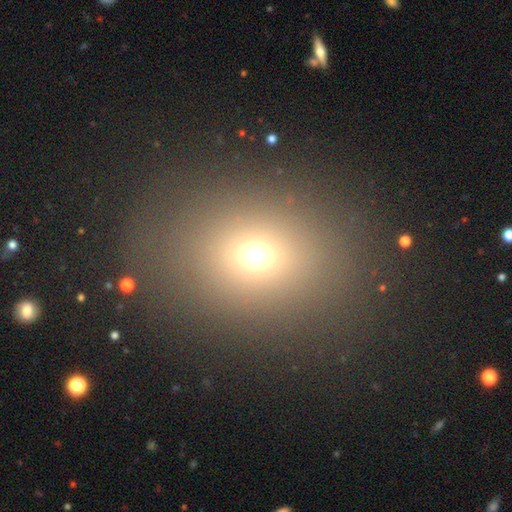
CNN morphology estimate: smooth 66%, star or artifact 23%, featured or disk 11%. Down the decision tree: how rounded — round (54%); merging — none (83%).